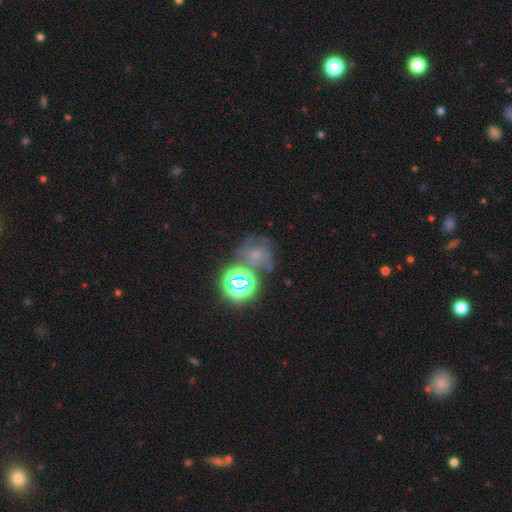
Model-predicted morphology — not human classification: Smooth or featured? star or artifact (41%)